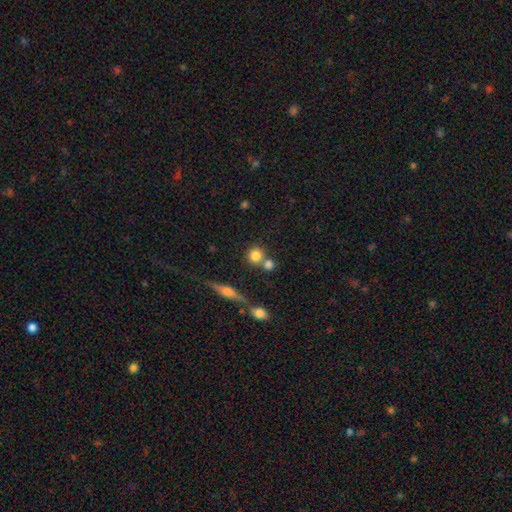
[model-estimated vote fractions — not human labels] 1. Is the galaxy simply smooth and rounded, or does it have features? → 79% smooth, 11% star or artifact, 10% featured or disk.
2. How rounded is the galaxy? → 87% round, 11% in between, 2% cigar-shaped.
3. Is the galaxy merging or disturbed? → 58% none, 29% merger, 9% minor disturbance, 4% major disturbance.